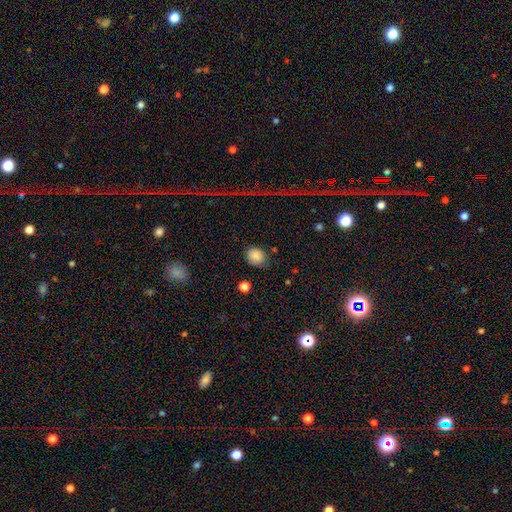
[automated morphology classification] smooth-or-featured: smooth: 83% | star or artifact: 10% | featured or disk: 6%
  how-rounded: round: 71% | in between: 28% | cigar-shaped: 1%
  merging: none: 70% | minor disturbance: 23% | major disturbance: 5% | merger: 3%